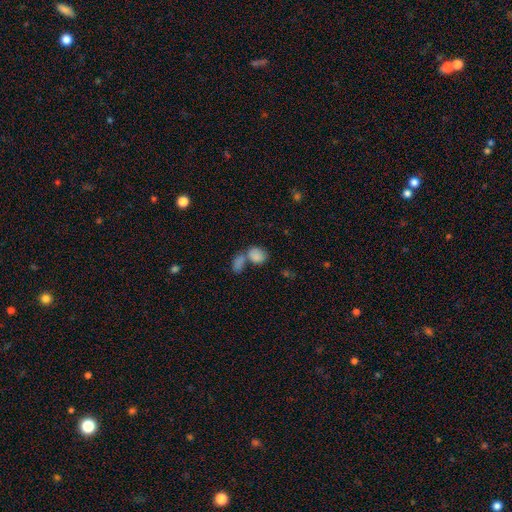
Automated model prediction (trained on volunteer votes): The model was most divided on "merging": merger: 58%, none: 28%, minor disturbance: 9%, major disturbance: 5%. More confident: smooth or featured — smooth (83%); how rounded — in between (74%).